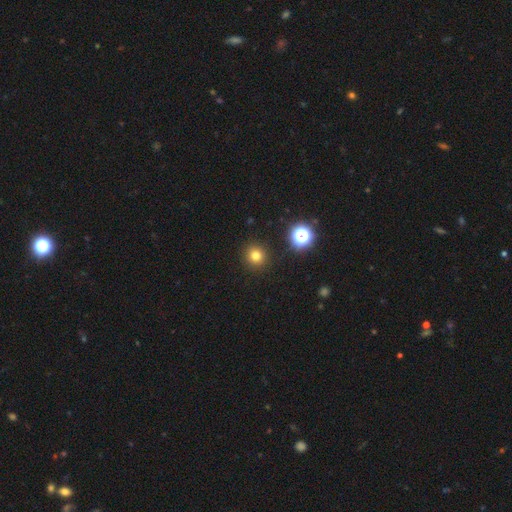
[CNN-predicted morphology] smooth_or_featured: smooth (p=0.77) [alt: star or artifact p=0.17]
how_rounded: round (p=0.93) [alt: in between p=0.06]
merging: none (p=0.91) [alt: minor disturbance p=0.05]